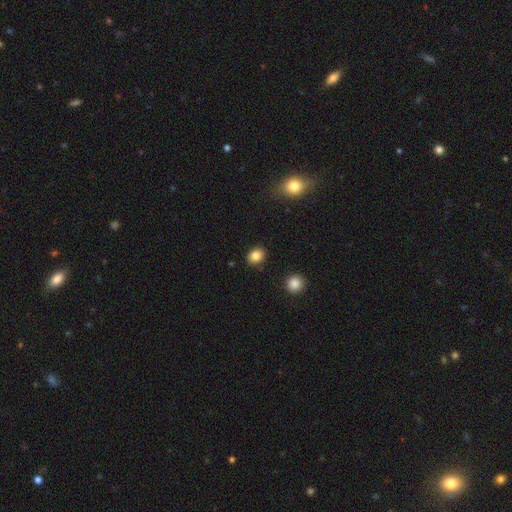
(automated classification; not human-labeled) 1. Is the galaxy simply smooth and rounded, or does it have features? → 84% smooth, 10% star or artifact, 6% featured or disk.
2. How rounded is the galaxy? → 52% round, 47% in between, 1% cigar-shaped.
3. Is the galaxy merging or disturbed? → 87% none, 8% minor disturbance, 2% major disturbance, 2% merger.